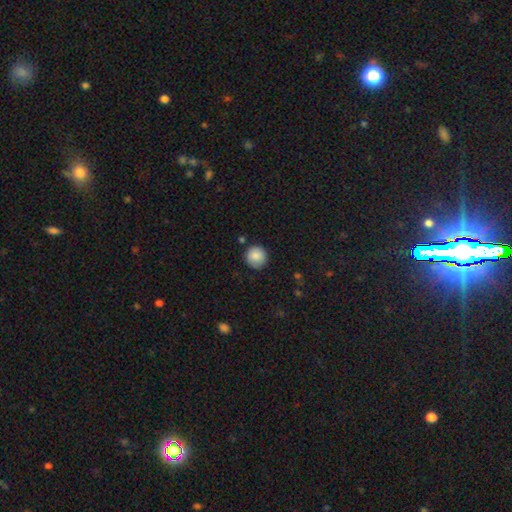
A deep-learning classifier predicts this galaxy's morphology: smooth 87%, star or artifact 8%, featured or disk 5%. Down the decision tree: how rounded — round (94%); merging — none (87%).